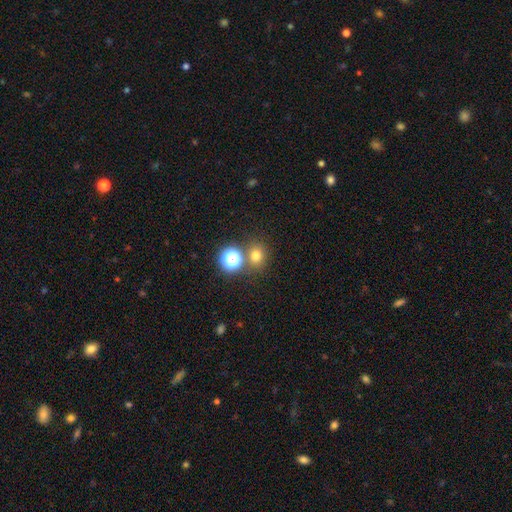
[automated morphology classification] smooth-or-featured: smooth: 72% | star or artifact: 21% | featured or disk: 7%
  how-rounded: round: 77% | in between: 22% | cigar-shaped: 1%
  merging: none: 72% | merger: 16% | minor disturbance: 8% | major disturbance: 3%